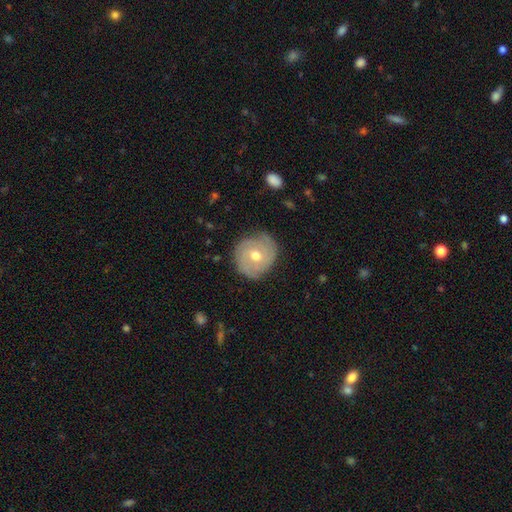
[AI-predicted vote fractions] Smooth or featured?
  - featured or disk: 58% *
  - smooth: 35%
  - star or artifact: 8%
Edge-on disk?
  - no: 96% *
  - yes: 4%
Bar?
  - no: 75% *
  - weak: 21%
  - strong: 4%
Spiral arms?
  - yes: 76% *
  - no: 24%
Bulge size?
  - moderate: 75% *
  - small: 20%
  - large: 3%
  - none: 1%
  - dominant: 1%
Merging?
  - none: 77% *
  - minor disturbance: 18%
  - major disturbance: 5%
  - merger: 1%